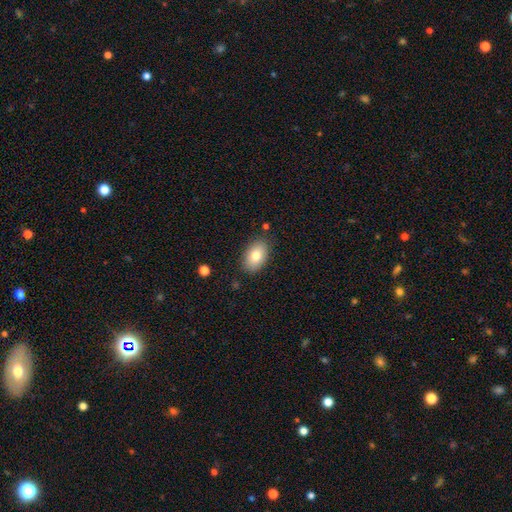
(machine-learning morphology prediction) Smooth or featured? smooth (80%)
How rounded? in between (91%)
Merging? none (84%)